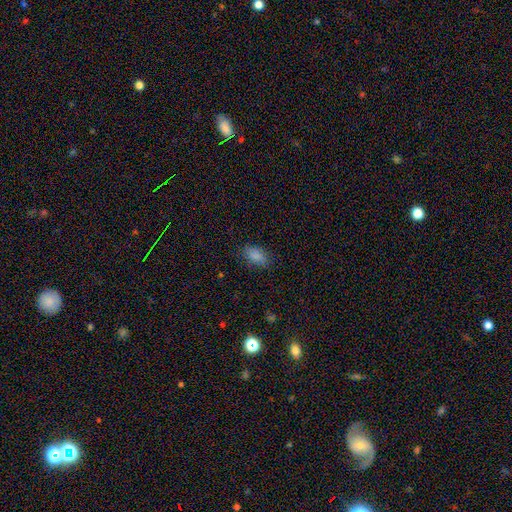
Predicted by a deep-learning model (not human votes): Smooth or featured?
  - smooth: 85% *
  - star or artifact: 10%
  - featured or disk: 5%
How rounded?
  - in between: 91% *
  - round: 6%
  - cigar-shaped: 3%
Merging?
  - none: 81% *
  - minor disturbance: 14%
  - major disturbance: 4%
  - merger: 1%